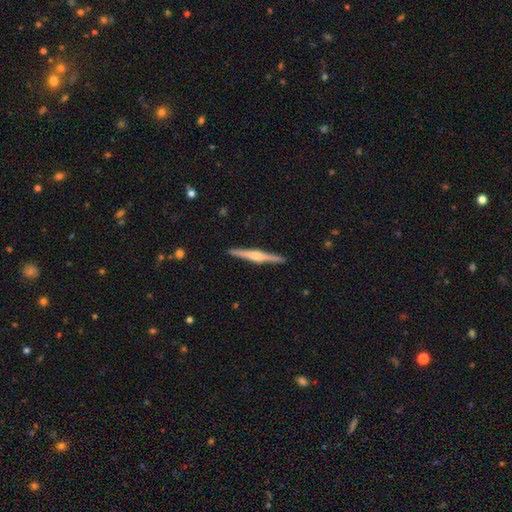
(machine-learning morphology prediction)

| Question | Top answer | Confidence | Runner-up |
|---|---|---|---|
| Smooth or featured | featured or disk | 74% | smooth (21%) |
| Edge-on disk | yes | 98% | no (2%) |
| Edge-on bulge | rounded | 82% | boxy (12%) |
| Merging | none | 91% | minor disturbance (6%) |